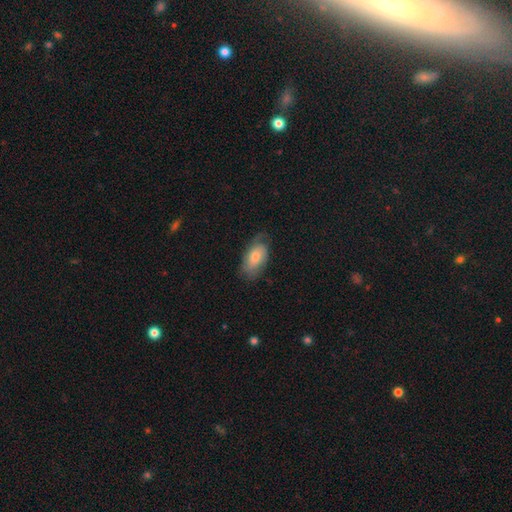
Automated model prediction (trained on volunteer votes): Smooth or featured: smooth — 61% (featured or disk — 32%)
How rounded: in between — 91% (round — 5%)
Merging: none — 63% (minor disturbance — 27%)